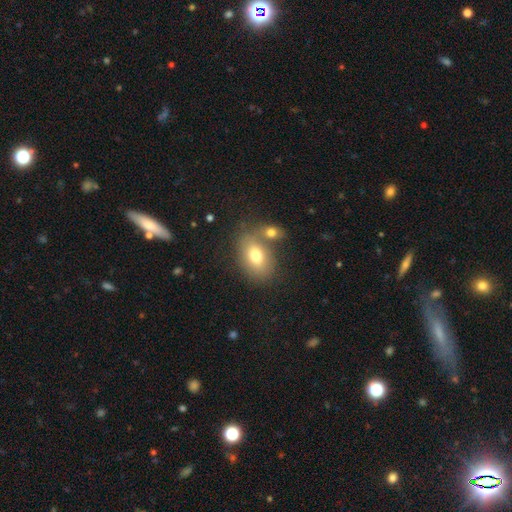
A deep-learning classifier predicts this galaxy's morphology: smooth-or-featured: smooth: 73% | featured or disk: 18% | star or artifact: 9%
  how-rounded: in between: 82% | round: 16% | cigar-shaped: 2%
  merging: none: 52% | merger: 30% | minor disturbance: 13% | major disturbance: 5%